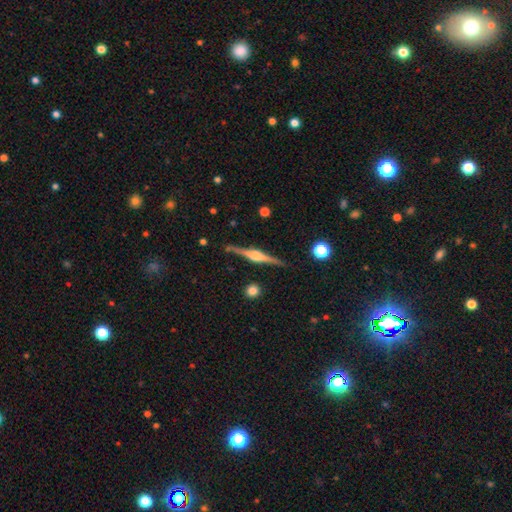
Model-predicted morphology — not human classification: smooth-or-featured: featured or disk: 84% | smooth: 11% | star or artifact: 6%
  disk-edge-on: yes: 98% | no: 2%
    edge-on-bulge: rounded: 78% | boxy: 19% | none: 3%
  merging: none: 89% | minor disturbance: 8% | major disturbance: 2% | merger: 2%